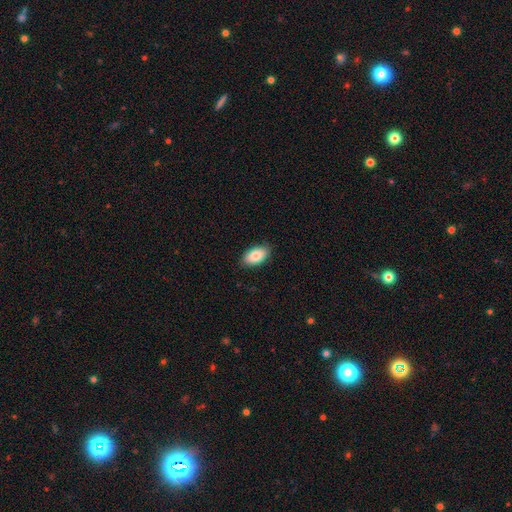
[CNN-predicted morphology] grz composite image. It shows a smooth galaxy with no disk features (86%) that is in between round and cigar-shaped (94%). Merging: none (87%).